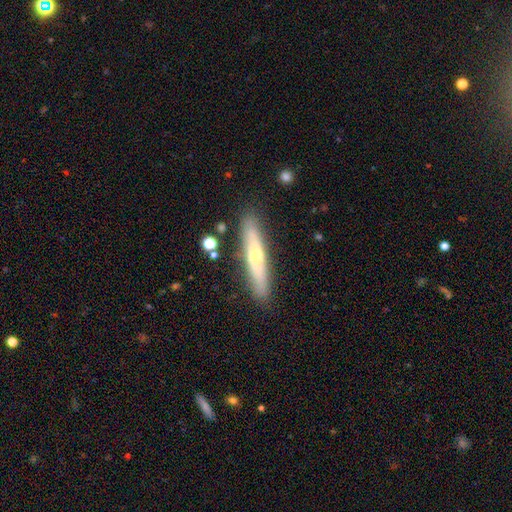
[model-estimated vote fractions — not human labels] featured or disk 49%, smooth 45%, star or artifact 6%. Down the decision tree: merging — none (86%).